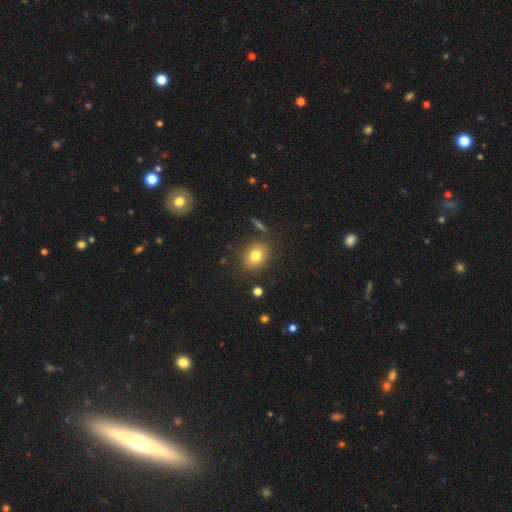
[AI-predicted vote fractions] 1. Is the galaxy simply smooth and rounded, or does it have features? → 79% smooth, 11% star or artifact, 10% featured or disk.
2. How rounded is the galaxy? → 55% round, 44% in between, 1% cigar-shaped.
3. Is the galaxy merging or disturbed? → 83% none, 10% minor disturbance, 4% merger, 3% major disturbance.